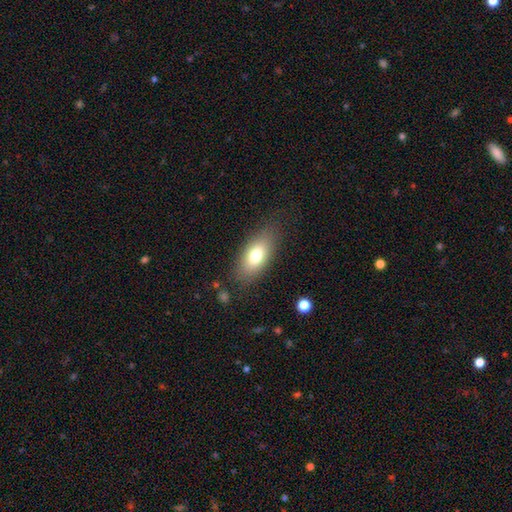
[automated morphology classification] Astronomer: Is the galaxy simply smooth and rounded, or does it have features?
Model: smooth — 76%.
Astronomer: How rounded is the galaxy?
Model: in between — 87%.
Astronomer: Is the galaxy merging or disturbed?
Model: none — 80%.